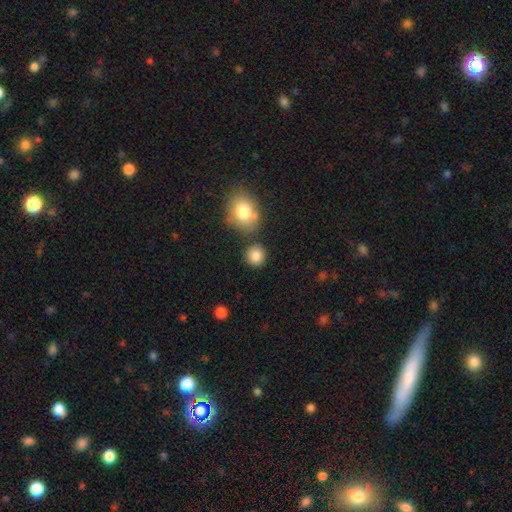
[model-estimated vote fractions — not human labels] This appears to be a smooth galaxy with no disk features (85%) that is round (87%). Merging: none (81%).